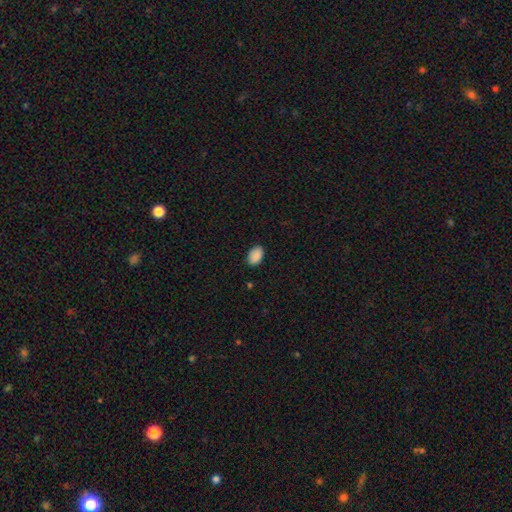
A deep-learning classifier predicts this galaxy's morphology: Smooth or featured? Predicted: smooth (p=0.90). How rounded? Predicted: in between (p=0.90). Merging? Predicted: none (p=0.88).